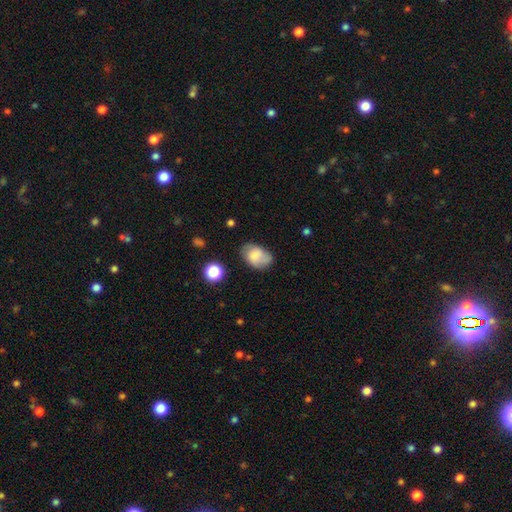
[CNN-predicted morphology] The model was most divided on "merging": none: 62%, minor disturbance: 27%, major disturbance: 7%, merger: 4%. More confident: how rounded — in between (82%); smooth or featured — smooth (75%).